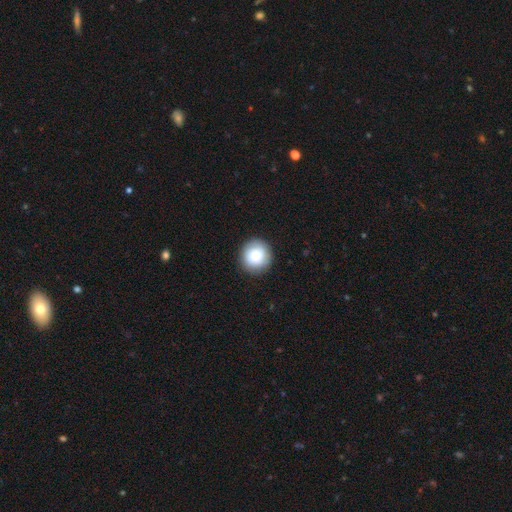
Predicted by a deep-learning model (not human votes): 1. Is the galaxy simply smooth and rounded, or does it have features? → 79% smooth, 13% featured or disk, 8% star or artifact.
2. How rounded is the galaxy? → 94% round, 5% in between, 1% cigar-shaped.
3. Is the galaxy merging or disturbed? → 90% none, 7% minor disturbance, 2% major disturbance, 1% merger.